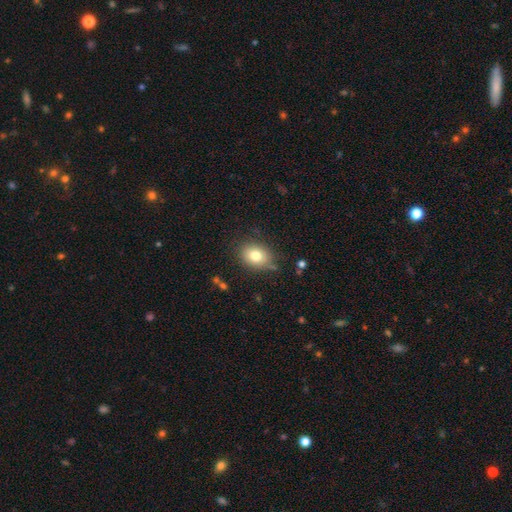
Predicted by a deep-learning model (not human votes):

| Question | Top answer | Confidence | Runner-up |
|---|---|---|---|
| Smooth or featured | smooth | 79% | featured or disk (11%) |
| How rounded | in between | 51% | round (48%) |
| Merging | none | 78% | minor disturbance (16%) |